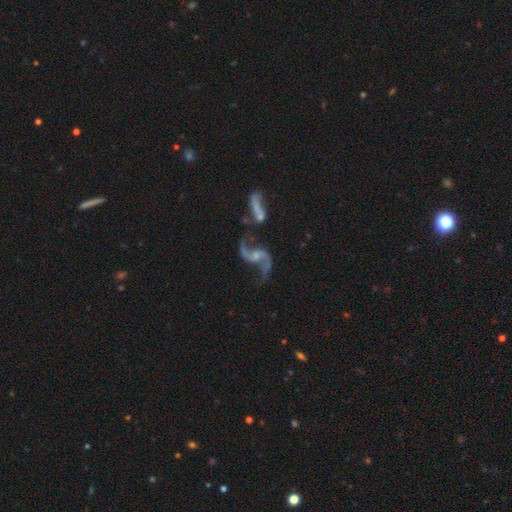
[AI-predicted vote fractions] Smooth or featured? Predicted: featured or disk (p=0.90). Edge-on disk? Predicted: no (p=0.97). Bar? Predicted: no (p=0.48). Spiral arms? Predicted: yes (p=0.96). Spiral winding? Predicted: loose (p=0.80). Spiral arm count? Predicted: 2 (p=0.93). Bulge size? Predicted: small (p=0.50). Merging? Predicted: none (p=0.48).